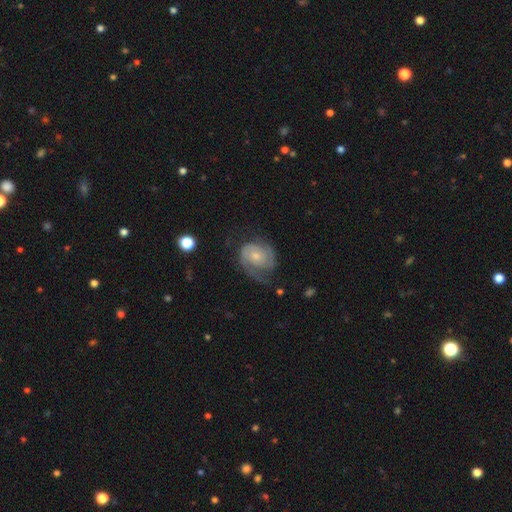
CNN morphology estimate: A featured or disk galaxy (76%) with no bar (72%), 2 (64%) tight (45%) spiral arms (92%) and a small central bulge (58%). Merging: none (53%).